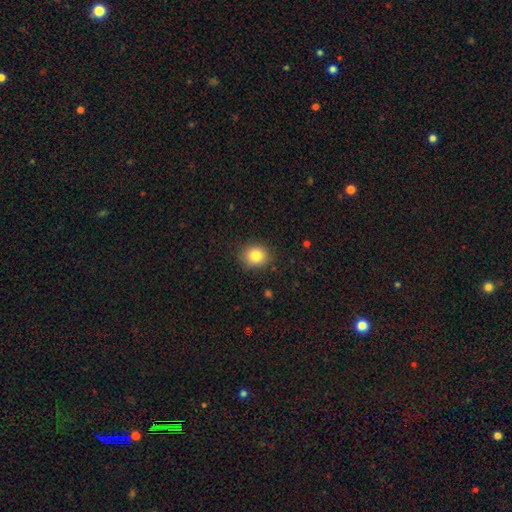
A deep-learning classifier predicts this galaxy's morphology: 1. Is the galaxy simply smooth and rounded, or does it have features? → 83% smooth, 10% star or artifact, 7% featured or disk.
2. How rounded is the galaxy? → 70% round, 29% in between, 1% cigar-shaped.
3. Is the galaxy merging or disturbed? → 86% none, 10% minor disturbance, 3% major disturbance, 1% merger.